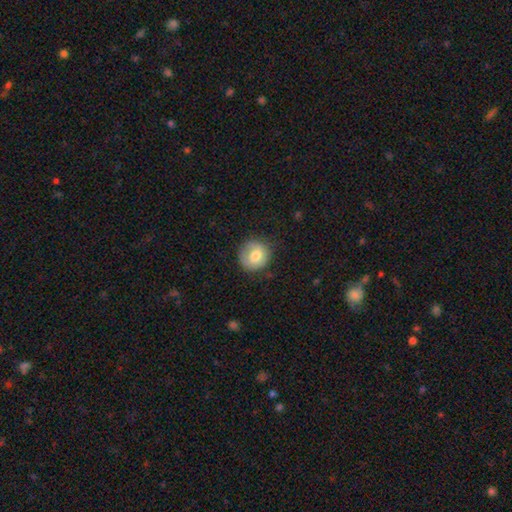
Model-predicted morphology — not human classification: smooth_or_featured: smooth (p=0.75) [alt: featured or disk p=0.18]
how_rounded: round (p=0.89) [alt: in between p=0.11]
merging: none (p=0.72) [alt: minor disturbance p=0.21]